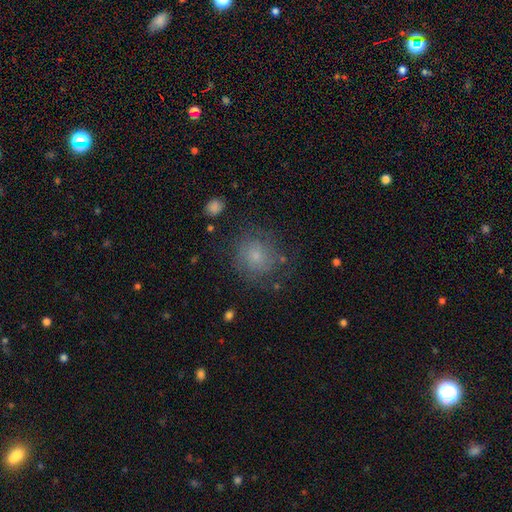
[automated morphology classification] The model was most divided on "smooth or featured": smooth: 61%, featured or disk: 26%, star or artifact: 13%. More confident: how rounded — round (86%); merging — none (69%).